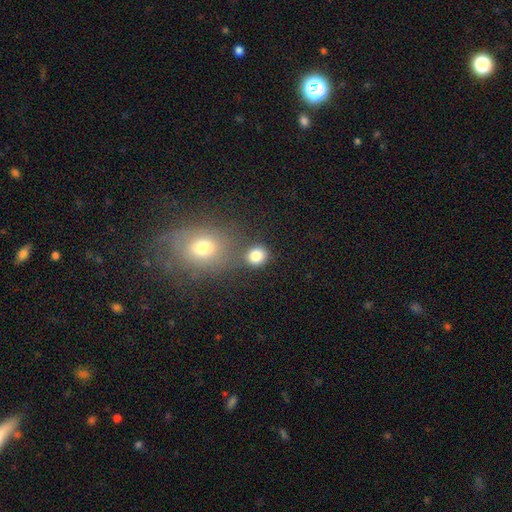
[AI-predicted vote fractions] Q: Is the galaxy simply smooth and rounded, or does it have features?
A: smooth — 83%.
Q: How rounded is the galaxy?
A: round — 81%.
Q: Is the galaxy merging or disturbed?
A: none — 71%.